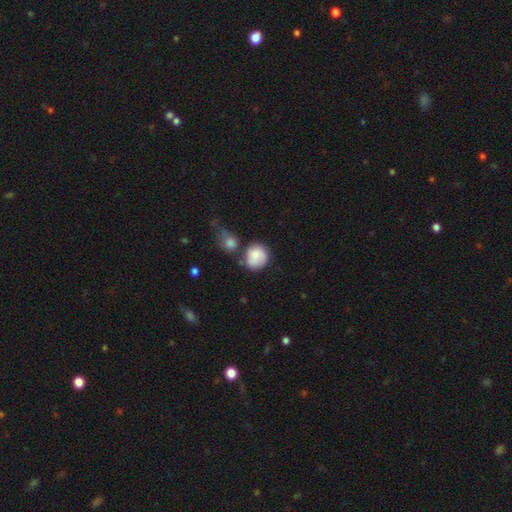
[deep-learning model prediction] This is likely a smooth galaxy (74%). How rounded: clearly round (81%). Merging: possibly none (48%).